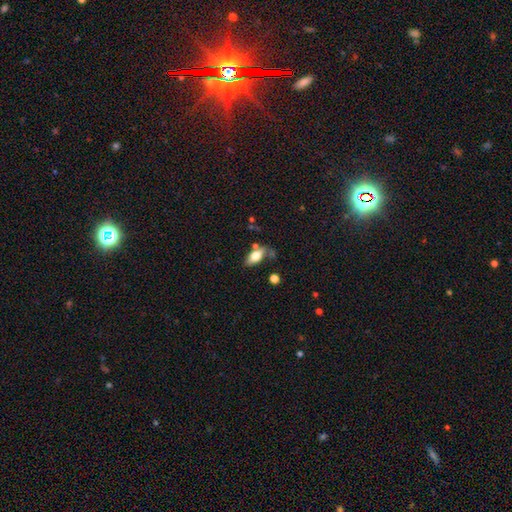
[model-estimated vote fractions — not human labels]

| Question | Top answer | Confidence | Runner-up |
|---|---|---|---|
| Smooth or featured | smooth | 66% | featured or disk (26%) |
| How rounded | in between | 82% | cigar-shaped (14%) |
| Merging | none | 57% | minor disturbance (22%) |